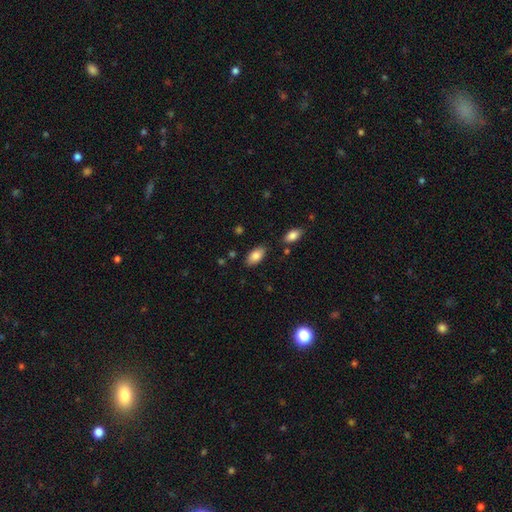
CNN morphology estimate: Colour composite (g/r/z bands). It shows a smooth galaxy with no disk features (84%) that is in between round and cigar-shaped (93%). Merging: none (82%).